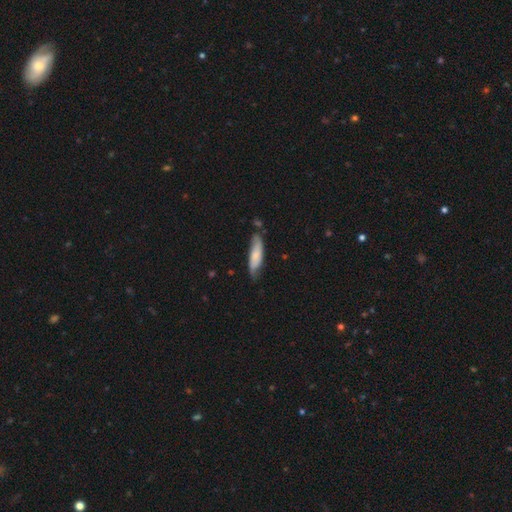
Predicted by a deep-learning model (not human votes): Smooth or featured: smooth — 69% (featured or disk — 25%)
How rounded: cigar-shaped — 59% (in between — 39%)
Merging: none — 63% (minor disturbance — 28%)